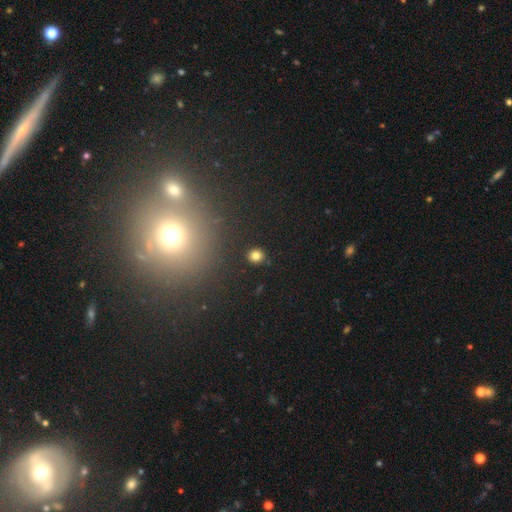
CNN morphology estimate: smooth_or_featured: smooth (p=0.81) [alt: star or artifact p=0.14]
how_rounded: round (p=0.81) [alt: in between p=0.18]
merging: none (p=0.90) [alt: minor disturbance p=0.06]